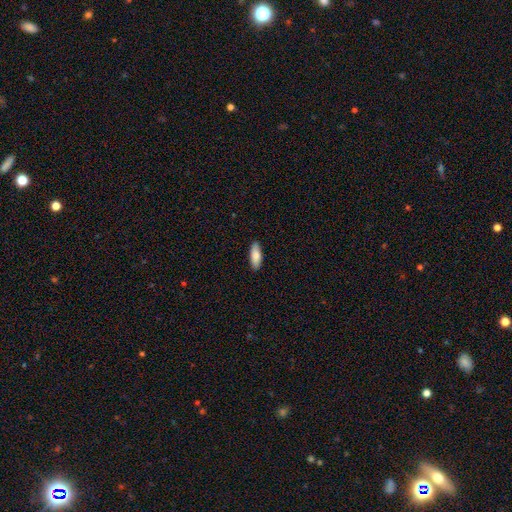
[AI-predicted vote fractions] smooth_or_featured: smooth (p=0.86) [alt: featured or disk p=0.09]
how_rounded: in between (p=0.70) [alt: cigar-shaped p=0.29]
merging: none (p=0.88) [alt: minor disturbance p=0.09]